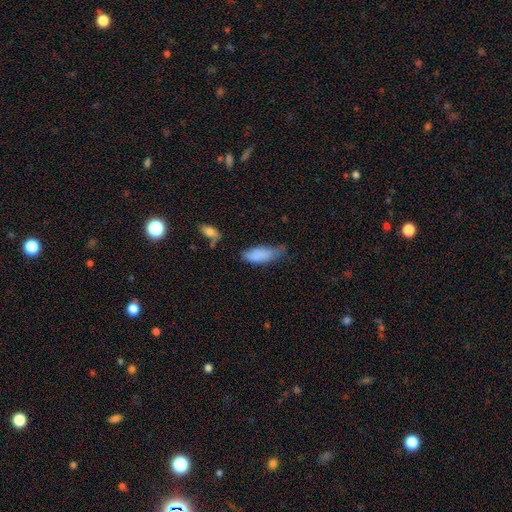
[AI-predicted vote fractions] Morphology: type=smooth (82%); roundness=in between (72%); merging=minor disturbance (44%).